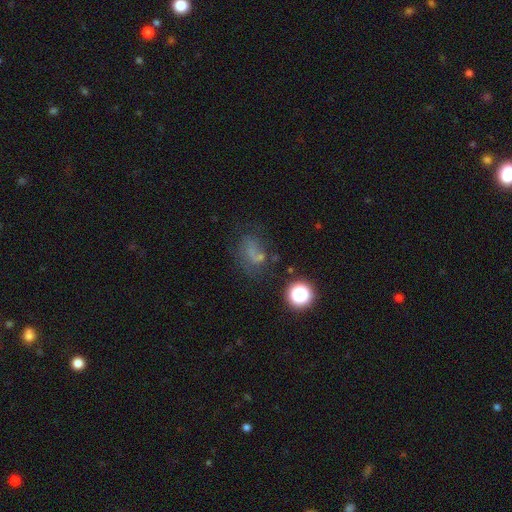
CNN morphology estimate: Smooth or featured? smooth (44%)
Merging? none (51%)